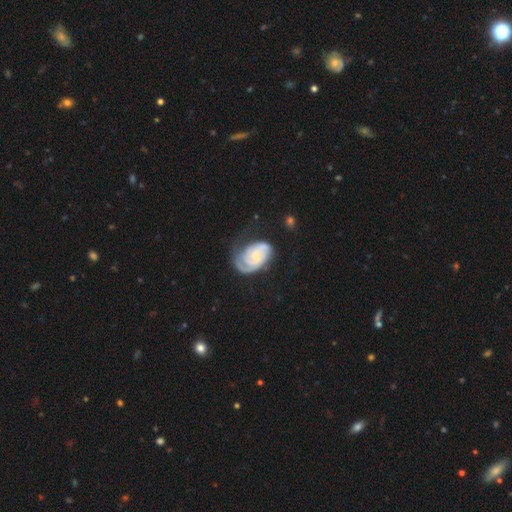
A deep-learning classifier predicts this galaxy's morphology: A featured or disk galaxy (81%) with no bar (47%), 2 (54%) tight (55%) spiral arms (96%) and a small central bulge (52%).

Vote fractions:
- Smooth or featured? featured or disk: 81% / smooth: 14% / star or artifact: 5%
- Edge-on disk? no: 98% / yes: 2%
- Bar? no: 47% / weak: 43% / strong: 10%
- Spiral arms? yes: 96% / no: 4%
- Spiral winding? tight: 55% / medium: 34% / loose: 11%
- Spiral arm count? 2: 54% / can't tell: 16% / 1: 15% / 3: 11% / 4: 3% / more than 4: 2%
- Bulge size? small: 52% / moderate: 26% / none: 18% / large: 3% / dominant: 1%
- Merging? none: 49% / minor disturbance: 26% / major disturbance: 22% / merger: 2%